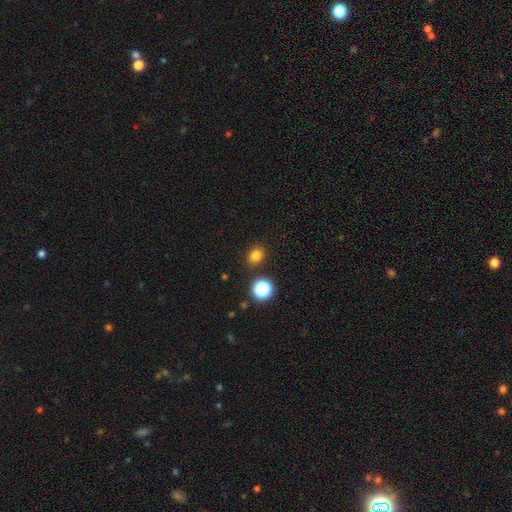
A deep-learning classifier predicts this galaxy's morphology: The model was most divided on "how rounded": in between: 50%, round: 49%, cigar-shaped: 1%. More confident: merging — none (87%); smooth or featured — smooth (78%).